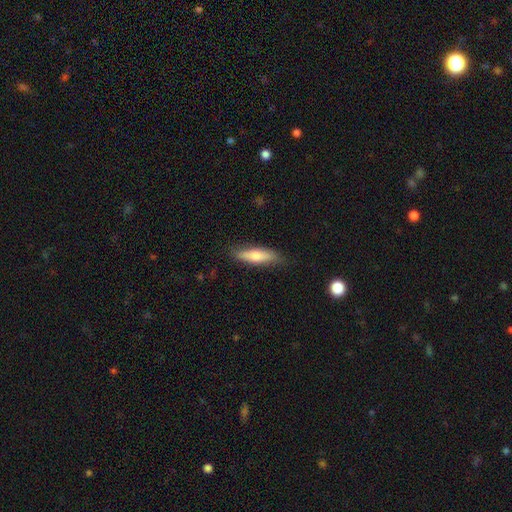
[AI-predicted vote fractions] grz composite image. It shows a smooth galaxy with no disk features (63%) that is cigar-shaped (67%). Merging: none (81%).